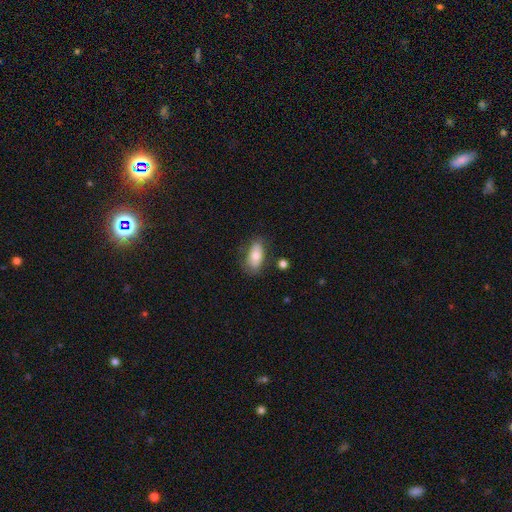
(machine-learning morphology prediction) Q: Smooth or featured?
A: smooth (70%); runner-up: featured or disk (22%)
Q: How rounded?
A: in between (89%); runner-up: cigar-shaped (7%)
Q: Merging?
A: none (71%); runner-up: minor disturbance (19%)